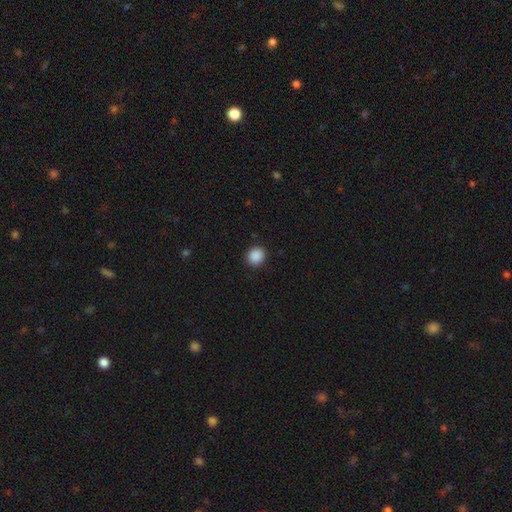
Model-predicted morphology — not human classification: smooth_or_featured: smooth (p=0.89) [alt: star or artifact p=0.09]
how_rounded: round (p=0.78) [alt: in between p=0.21]
merging: none (p=0.91) [alt: minor disturbance p=0.06]